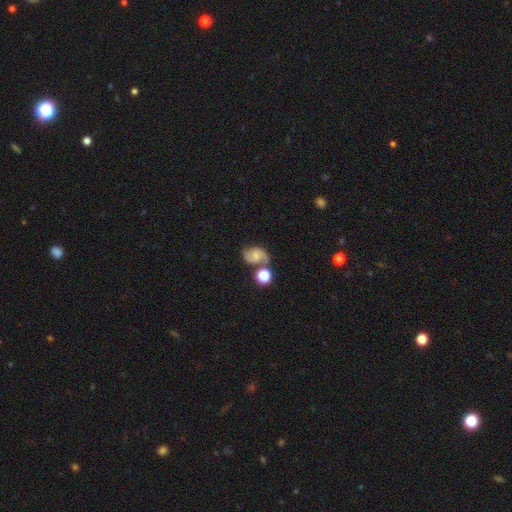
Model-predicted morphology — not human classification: featured or disk 72%, smooth 18%, star or artifact 9%. Down the decision tree: edge-on disk — no (98%); bar — no (61%); spiral arms — yes (95%); spiral arm count — 2 (91%); spiral winding — medium (50%); bulge size — small (53%); merging — none (58%).